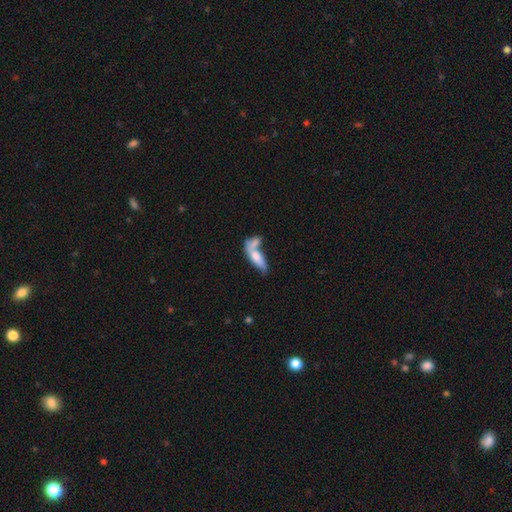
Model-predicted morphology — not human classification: type=smooth (65%); roundness=in between (58%); merging=merger (53%).